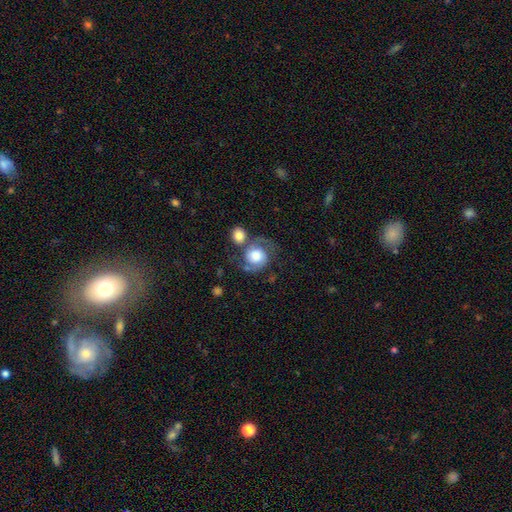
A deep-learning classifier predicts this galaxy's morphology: featured or disk 61%, smooth 31%, star or artifact 8%. Down the decision tree: edge-on disk — no (98%); bar — no (75%); spiral arms — yes (89%); spiral arm count — 2 (87%); spiral winding — medium (46%); bulge size — large (49%); merging — none (48%).